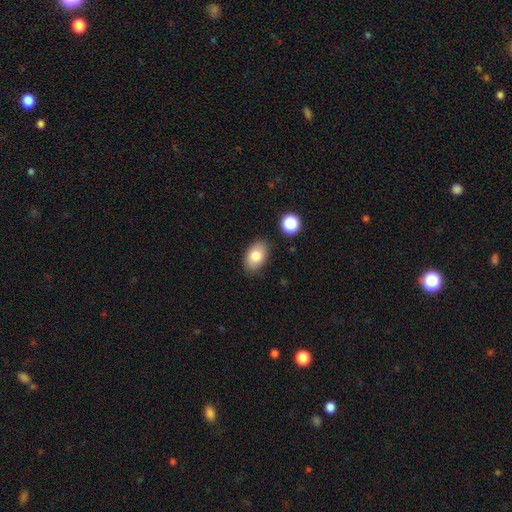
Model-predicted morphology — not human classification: This appears to be a smooth galaxy with no disk features (81%) that is in between round and cigar-shaped (88%). Merging: none (84%).